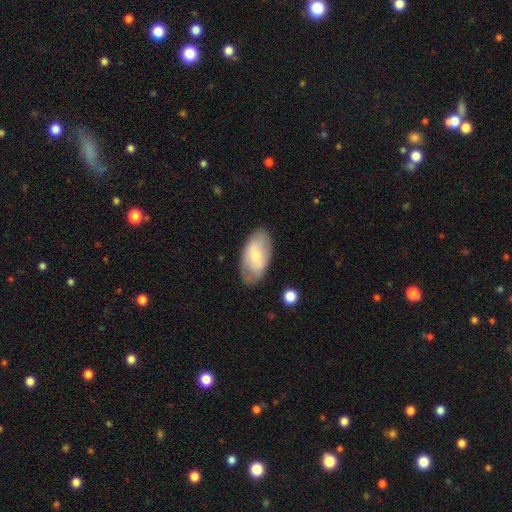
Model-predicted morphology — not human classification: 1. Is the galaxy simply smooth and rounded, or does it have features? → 52% smooth, 42% featured or disk, 6% star or artifact.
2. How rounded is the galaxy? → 93% in between, 4% round, 3% cigar-shaped.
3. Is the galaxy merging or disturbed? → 77% none, 17% minor disturbance, 5% major disturbance, 2% merger.